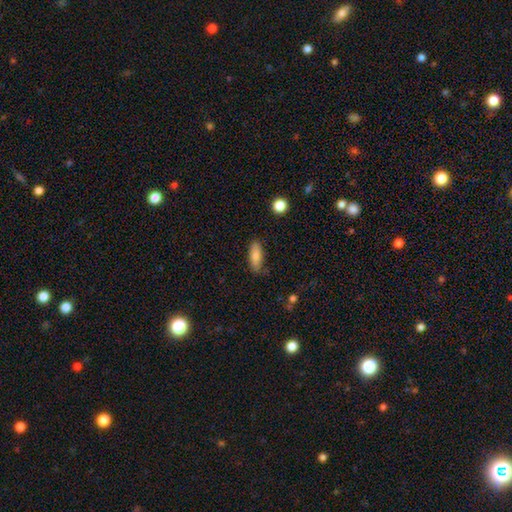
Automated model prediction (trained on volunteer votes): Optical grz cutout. It shows a smooth galaxy with no disk features (81%) that is in between round and cigar-shaped (72%). Merging: none (79%).